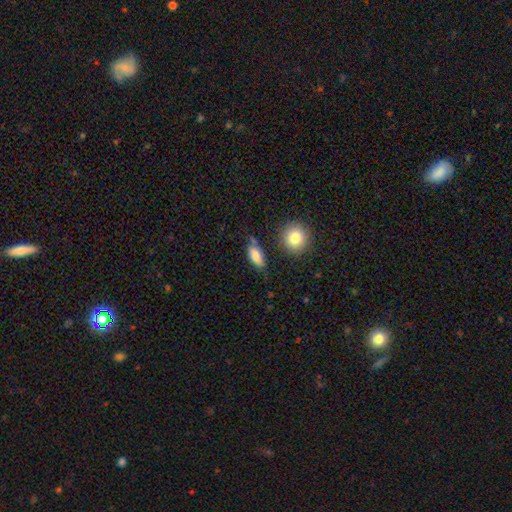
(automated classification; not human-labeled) The model was most divided on "merging": none: 63%, minor disturbance: 24%, major disturbance: 7%, merger: 6%. More confident: how rounded — in between (82%); smooth or featured — smooth (81%).